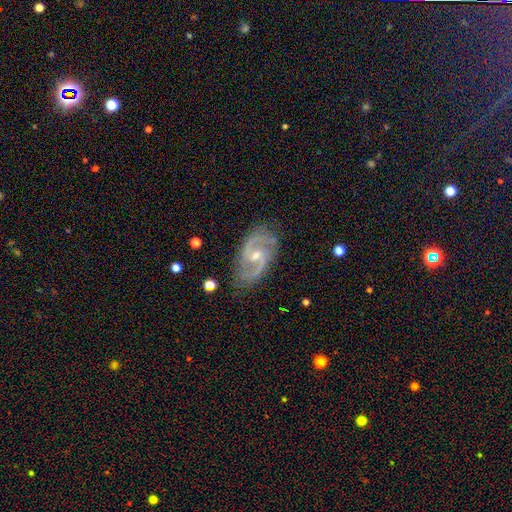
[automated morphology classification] The model was most divided on "bar": weak: 50%, no: 37%, strong: 13%. More confident: spiral arms — yes (98%); edge-on disk — no (97%); spiral arm count — 2 (92%); smooth or featured — featured or disk (91%); merging — none (80%); spiral winding — medium (59%); bulge size — small (58%).